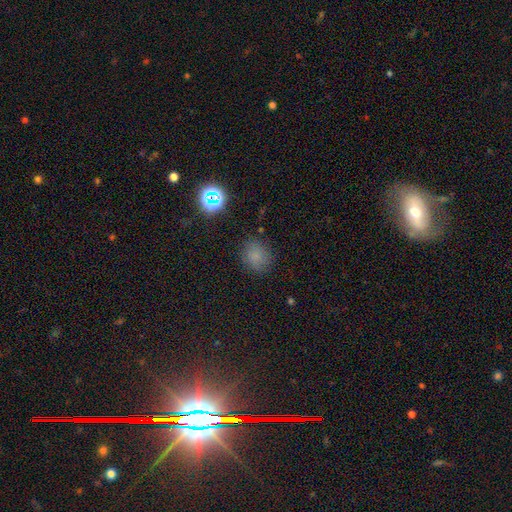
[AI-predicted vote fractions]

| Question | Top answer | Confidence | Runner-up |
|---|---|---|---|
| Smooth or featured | smooth | 73% | star or artifact (20%) |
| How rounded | round | 69% | in between (30%) |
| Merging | none | 81% | minor disturbance (14%) |